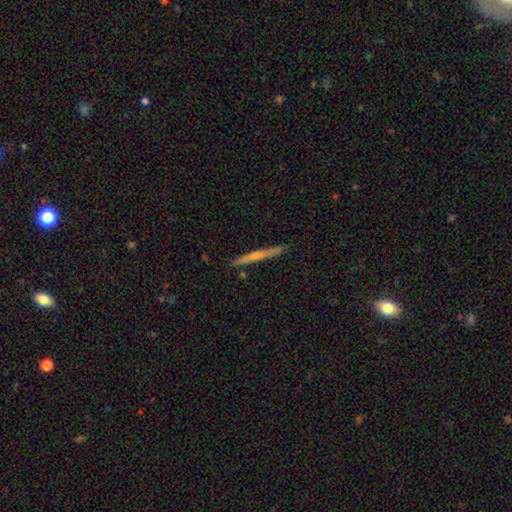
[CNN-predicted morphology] Q: Smooth or featured?
A: featured or disk (54%); runner-up: smooth (30%)
Q: Edge-on disk?
A: yes (93%); runner-up: no (7%)
Q: Edge-on bulge?
A: none (47%); runner-up: rounded (43%)
Q: Merging?
A: none (86%); runner-up: minor disturbance (9%)